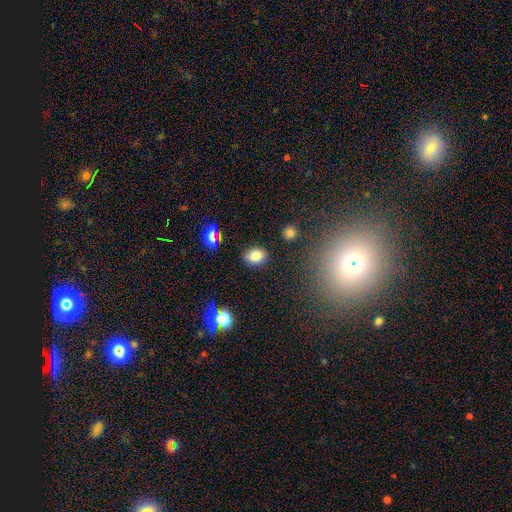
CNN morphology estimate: Smooth or featured? Predicted: smooth (p=0.82). How rounded? Predicted: in between (p=0.62). Merging? Predicted: none (p=0.83).